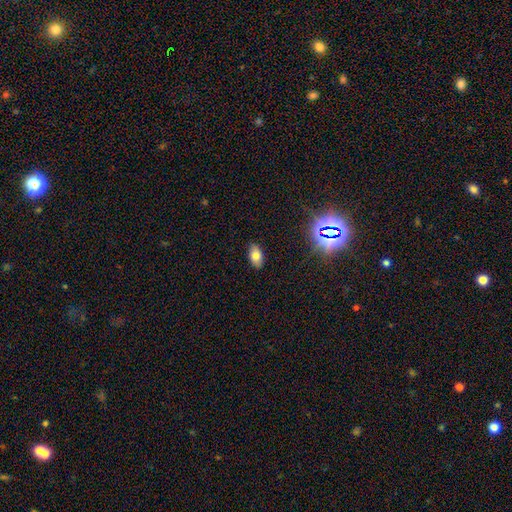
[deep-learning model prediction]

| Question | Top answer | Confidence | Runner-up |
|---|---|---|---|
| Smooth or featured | smooth | 74% | star or artifact (14%) |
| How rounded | in between | 92% | round (6%) |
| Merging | none | 87% | minor disturbance (10%) |